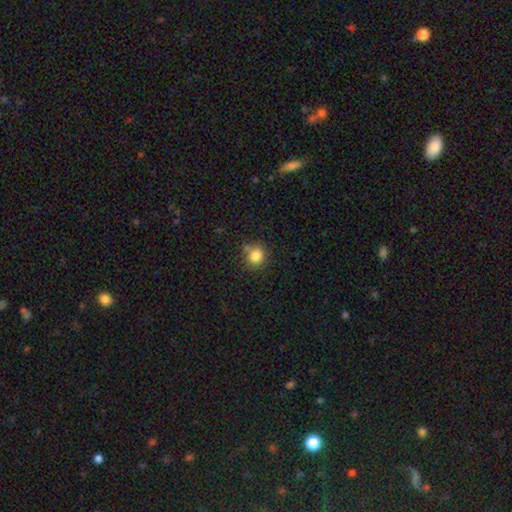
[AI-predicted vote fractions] Smooth or featured: smooth — 83% (star or artifact — 11%)
How rounded: round — 89% (in between — 10%)
Merging: none — 74% (minor disturbance — 14%)